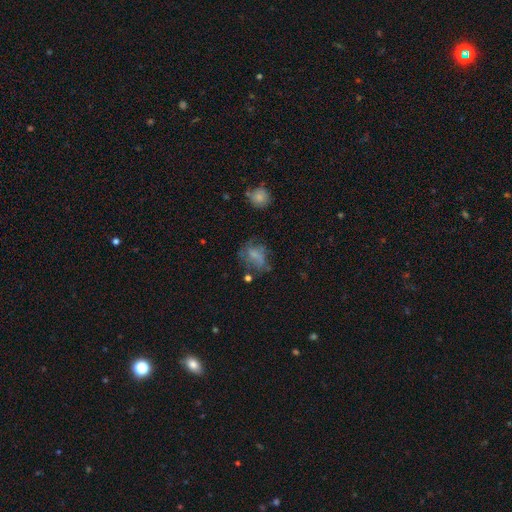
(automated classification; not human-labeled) Smooth or featured: smooth — 53% (featured or disk — 33%)
How rounded: in between — 56% (round — 42%)
Merging: none — 42% (major disturbance — 27%)